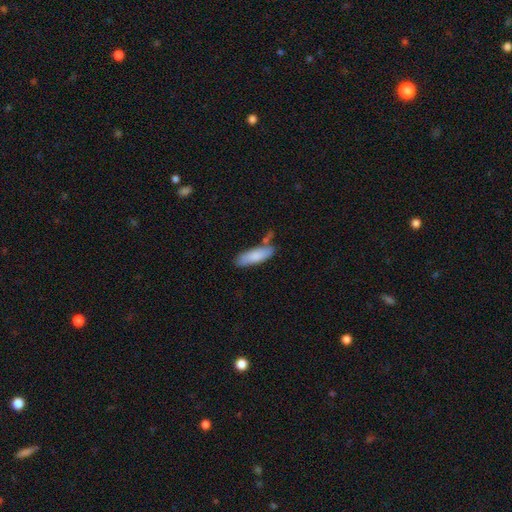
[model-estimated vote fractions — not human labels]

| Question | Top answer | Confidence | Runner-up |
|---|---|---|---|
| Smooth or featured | smooth | 83% | featured or disk (11%) |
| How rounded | cigar-shaped | 49% | tied: in between (49%) |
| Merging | none | 66% | minor disturbance (20%) |